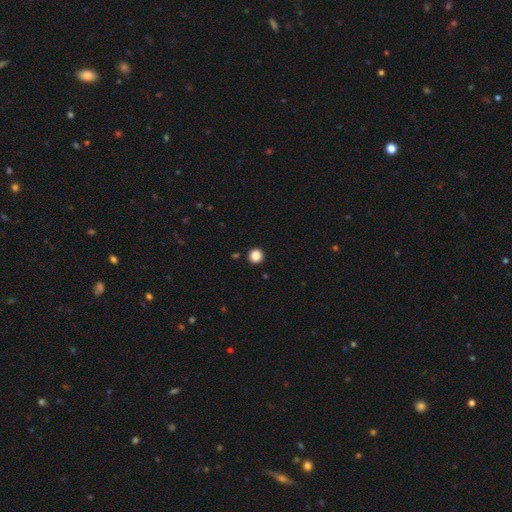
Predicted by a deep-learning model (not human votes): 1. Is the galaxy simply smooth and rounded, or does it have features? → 86% smooth, 11% star or artifact, 3% featured or disk.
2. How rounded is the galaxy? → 95% round, 4% in between, 1% cigar-shaped.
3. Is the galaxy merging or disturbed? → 92% none, 4% minor disturbance, 2% major disturbance, 1% merger.